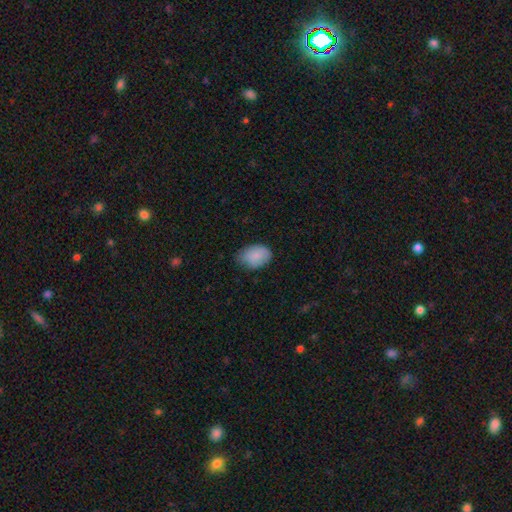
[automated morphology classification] smooth-or-featured: smooth: 87% | star or artifact: 7% | featured or disk: 6%
  how-rounded: in between: 82% | round: 17% | cigar-shaped: 1%
  merging: none: 65% | minor disturbance: 29% | major disturbance: 5% | merger: 1%